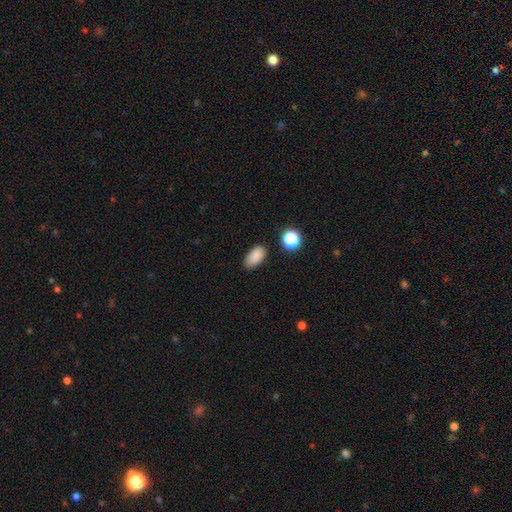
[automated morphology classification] smooth-or-featured: smooth: 86% | star or artifact: 10% | featured or disk: 4%
  how-rounded: in between: 92% | round: 6% | cigar-shaped: 3%
  merging: none: 84% | minor disturbance: 11% | major disturbance: 3% | merger: 2%